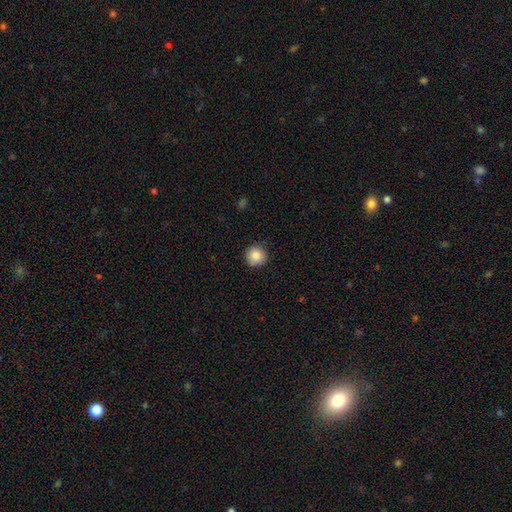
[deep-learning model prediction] A smooth galaxy with no disk features (87%) that is round (94%). Merging: none (87%).